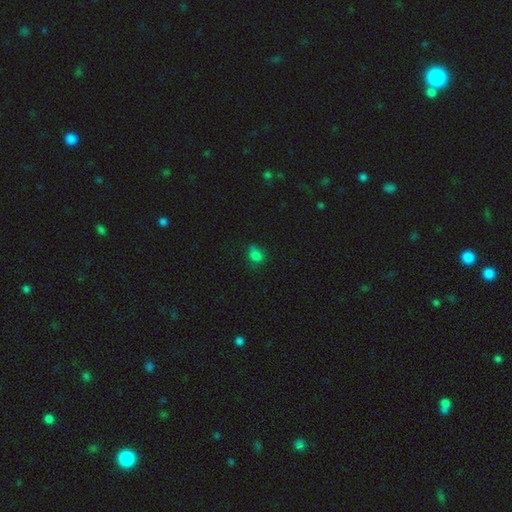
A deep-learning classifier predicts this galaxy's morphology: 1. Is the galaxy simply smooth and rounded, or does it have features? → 76% smooth, 17% star or artifact, 7% featured or disk.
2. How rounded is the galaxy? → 49% round (tied), 49% in between (tied), 2% cigar-shaped.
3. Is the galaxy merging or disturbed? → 59% none, 29% minor disturbance, 9% major disturbance, 3% merger.